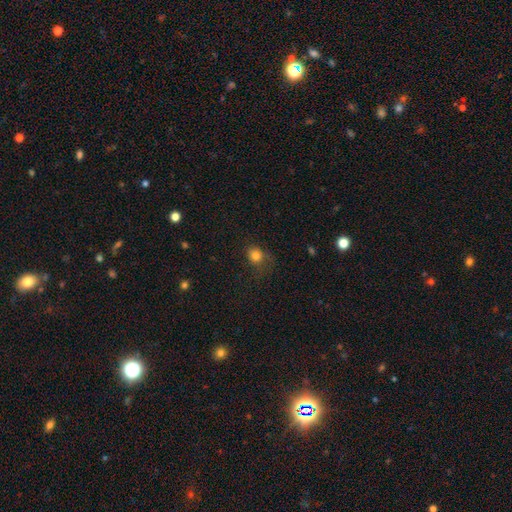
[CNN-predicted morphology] Smooth or featured?
  - smooth: 80% *
  - star or artifact: 12%
  - featured or disk: 7%
How rounded?
  - round: 73% *
  - in between: 26%
  - cigar-shaped: 1%
Merging?
  - none: 60% *
  - minor disturbance: 23%
  - major disturbance: 15%
  - merger: 2%